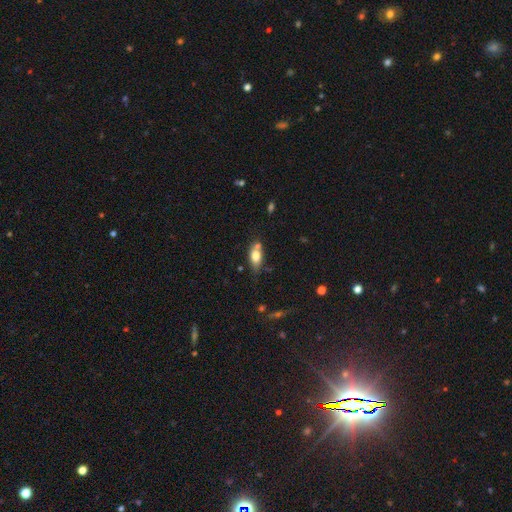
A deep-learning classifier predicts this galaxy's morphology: Q: Smooth or featured?
A: smooth (71%); runner-up: featured or disk (20%)
Q: How rounded?
A: in between (80%); runner-up: cigar-shaped (13%)
Q: Merging?
A: none (55%); runner-up: merger (21%)